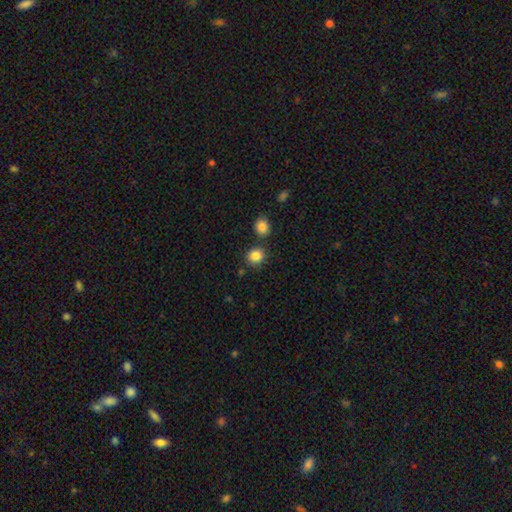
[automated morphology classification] This is clearly a smooth galaxy (85%). How rounded: clearly round (81%). Merging: likely none (79%).